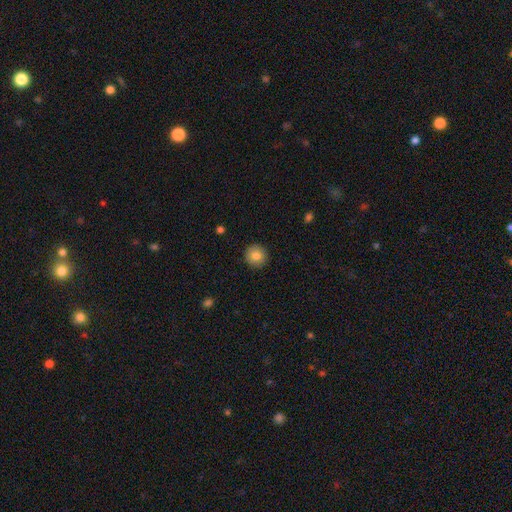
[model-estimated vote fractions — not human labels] Morphology: type=smooth (84%); roundness=round (93%); merging=none (91%).